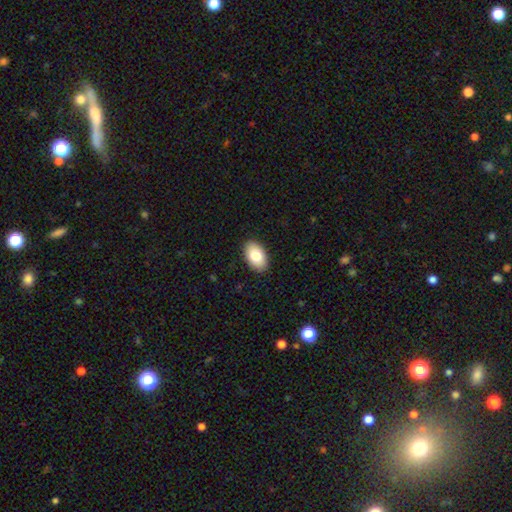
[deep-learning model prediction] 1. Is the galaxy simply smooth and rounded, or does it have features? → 80% smooth, 13% featured or disk, 7% star or artifact.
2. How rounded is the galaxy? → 93% in between, 5% round, 1% cigar-shaped.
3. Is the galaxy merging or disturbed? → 90% none, 7% minor disturbance, 2% major disturbance, 1% merger.